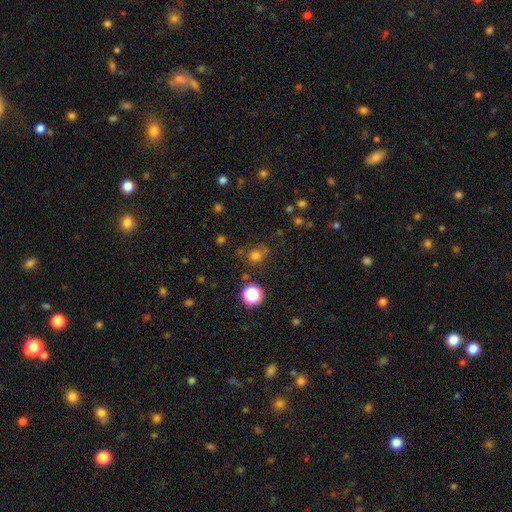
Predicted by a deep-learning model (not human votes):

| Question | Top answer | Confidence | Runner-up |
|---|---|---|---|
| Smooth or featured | smooth | 69% | star or artifact (22%) |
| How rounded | round | 85% | in between (14%) |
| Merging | none | 69% | minor disturbance (16%) |